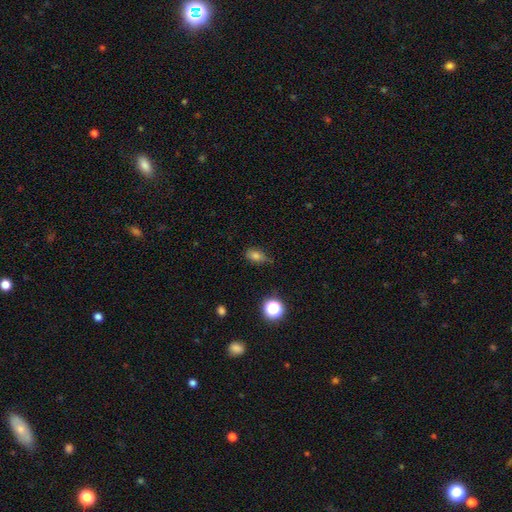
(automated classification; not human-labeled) This appears to be a smooth galaxy with no disk features (78%) that is in between round and cigar-shaped (80%). Merging: none (64%).